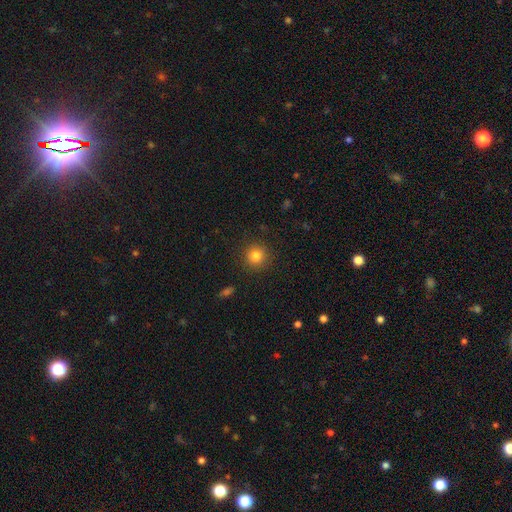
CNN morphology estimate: smooth_or_featured: smooth (p=0.83) [alt: star or artifact p=0.12]
how_rounded: round (p=0.94) [alt: in between p=0.05]
merging: none (p=0.90) [alt: minor disturbance p=0.07]